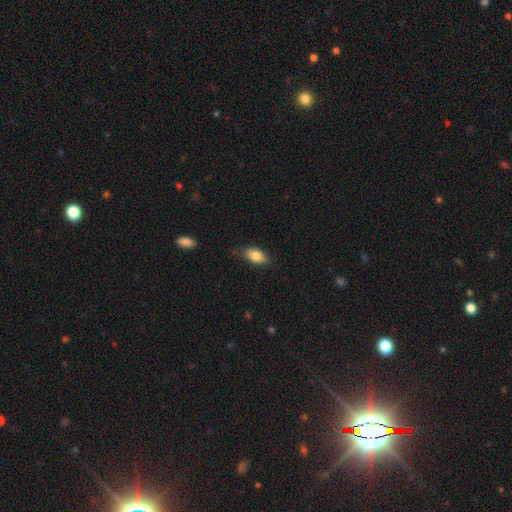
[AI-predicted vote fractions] Smooth or featured: smooth — 85% (featured or disk — 8%)
How rounded: in between — 91% (round — 5%)
Merging: none — 79% (minor disturbance — 17%)